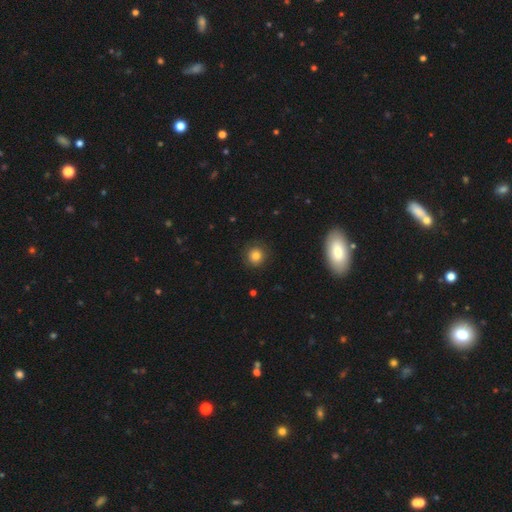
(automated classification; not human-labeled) The model was most divided on "smooth or featured": smooth: 79%, star or artifact: 12%, featured or disk: 10%. More confident: how rounded — round (92%); merging — none (85%).